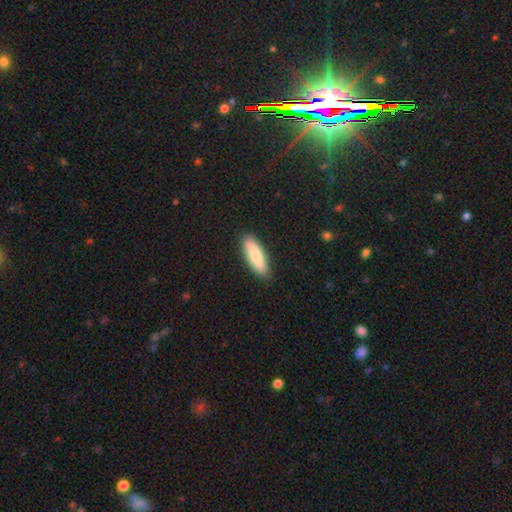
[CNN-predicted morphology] A smooth galaxy with no disk features (81%) that is in between round and cigar-shaped (50%).

Vote fractions:
- Smooth or featured? smooth: 81% / featured or disk: 14% / star or artifact: 5%
- How rounded? in between: 50% / cigar-shaped: 48% / round: 2%
- Merging? none: 88% / minor disturbance: 9% / major disturbance: 2% / merger: 1%